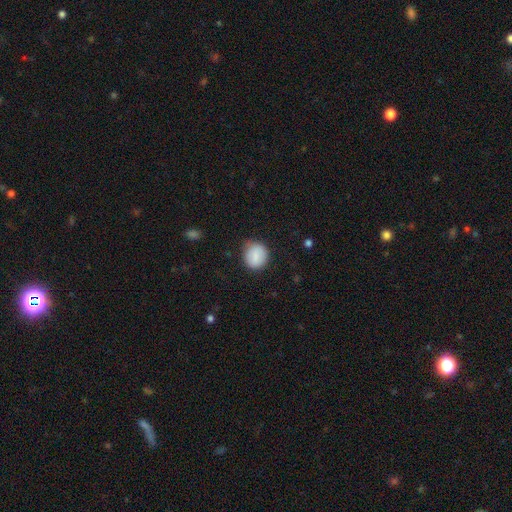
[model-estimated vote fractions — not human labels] Morphology: type=smooth (84%); roundness=round (82%); merging=none (79%).